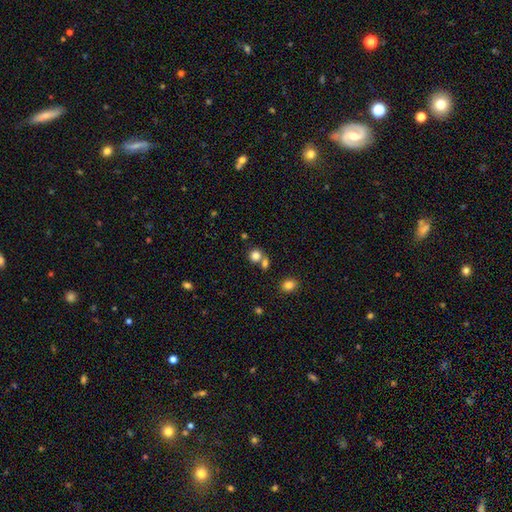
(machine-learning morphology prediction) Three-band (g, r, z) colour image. It shows a smooth galaxy with no disk features (81%) that is round (83%). Merging: none (55%).